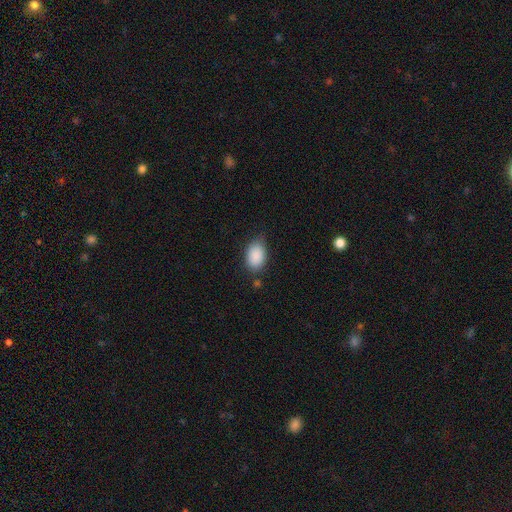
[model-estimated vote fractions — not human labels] Smooth or featured? Predicted: smooth (p=0.88). How rounded? Predicted: in between (p=0.87). Merging? Predicted: none (p=0.68).